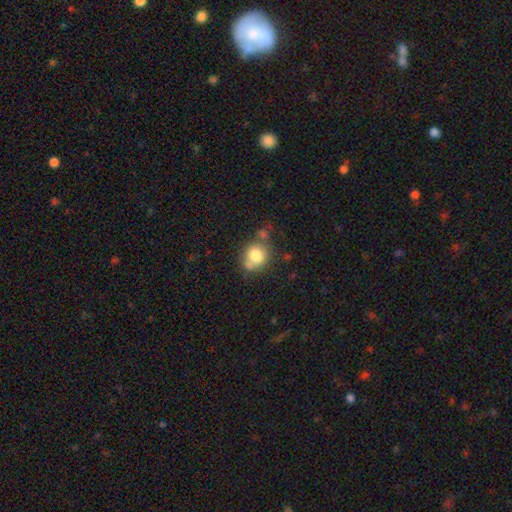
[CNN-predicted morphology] Smooth or featured? Predicted: smooth (p=0.78). How rounded? Predicted: round (p=0.74). Merging? Predicted: none (p=0.56).